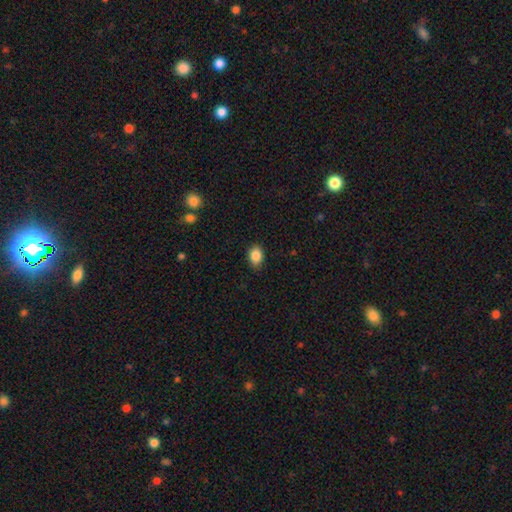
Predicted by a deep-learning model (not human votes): Smooth or featured? smooth (87%)
How rounded? in between (74%)
Merging? none (85%)